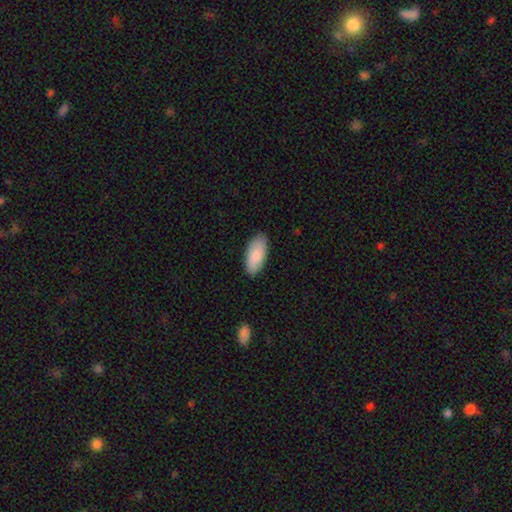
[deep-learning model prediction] A smooth galaxy with no disk features (88%) that is in between round and cigar-shaped (89%).

Vote fractions:
- Smooth or featured? smooth: 88% / featured or disk: 6% / star or artifact: 5%
- How rounded? in between: 89% / cigar-shaped: 10% / round: 2%
- Merging? none: 86% / minor disturbance: 11% / major disturbance: 2% / merger: 1%